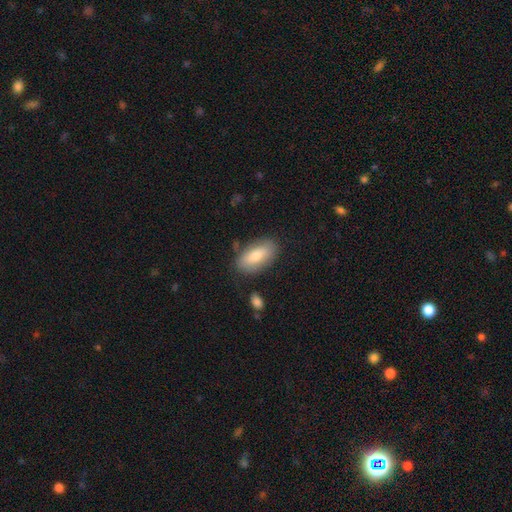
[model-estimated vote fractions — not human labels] Smooth or featured? Predicted: smooth (p=0.75). How rounded? Predicted: in between (p=0.89). Merging? Predicted: none (p=0.81).